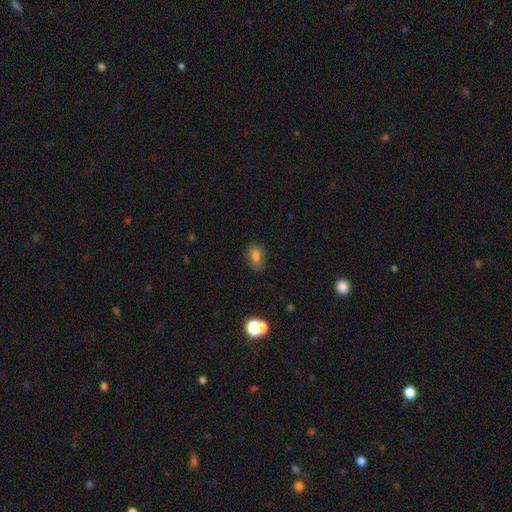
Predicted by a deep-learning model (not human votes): This appears to be a smooth galaxy with no disk features (80%) that is in between round and cigar-shaped (85%). Merging: none (81%).